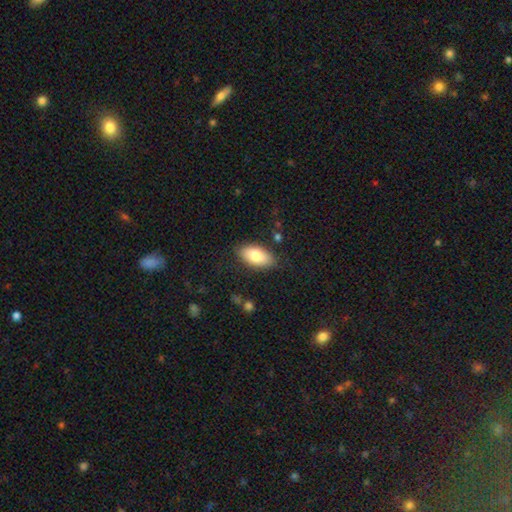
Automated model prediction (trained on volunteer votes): Smooth or featured? smooth (80%)
How rounded? in between (92%)
Merging? none (84%)